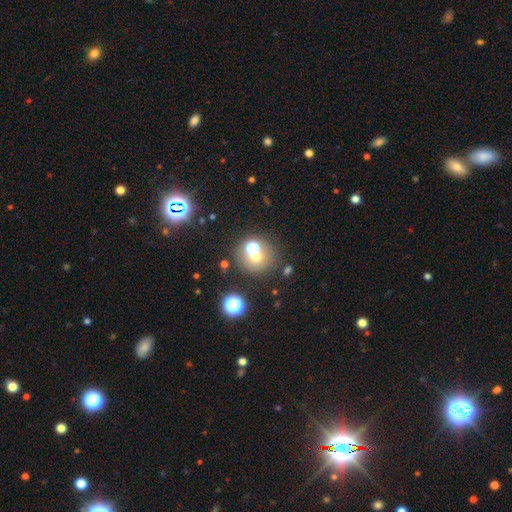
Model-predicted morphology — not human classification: Smooth or featured? smooth (60%)
How rounded? round (88%)
Merging? none (58%)